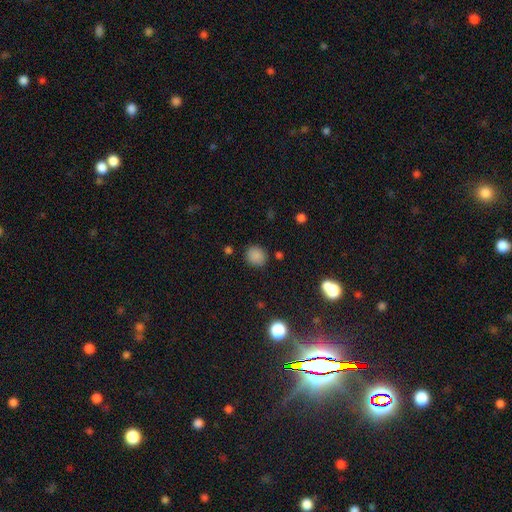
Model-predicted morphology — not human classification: This is clearly a smooth galaxy (84%). How rounded: likely round (78%). Merging: clearly none (85%).